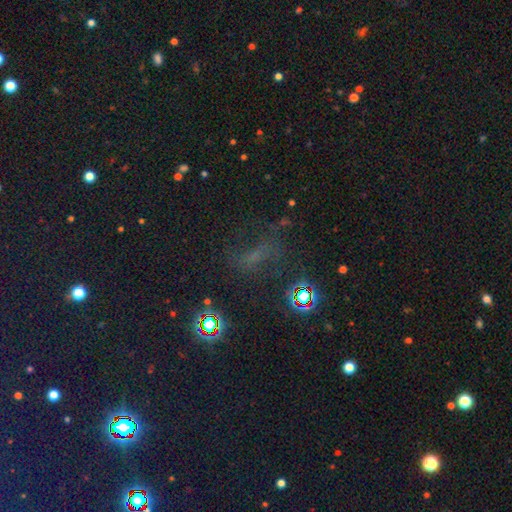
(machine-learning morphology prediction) A star or artifact, not a galaxy (54%).

Vote fractions:
- Smooth or featured? star or artifact: 54% / smooth: 28% / featured or disk: 18%